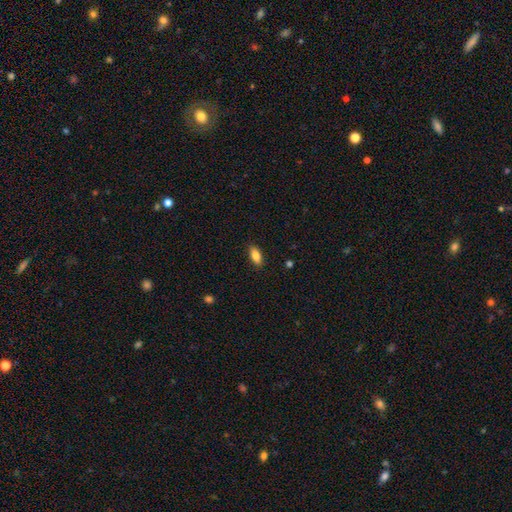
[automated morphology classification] Smooth or featured? smooth (83%)
How rounded? in between (84%)
Merging? none (87%)